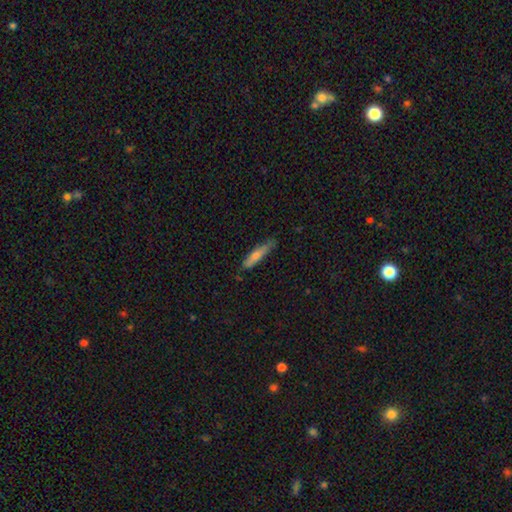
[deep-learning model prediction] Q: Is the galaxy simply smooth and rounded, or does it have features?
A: smooth — 64%.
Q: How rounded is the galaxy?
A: cigar-shaped — 88%.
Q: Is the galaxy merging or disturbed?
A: none — 76%.